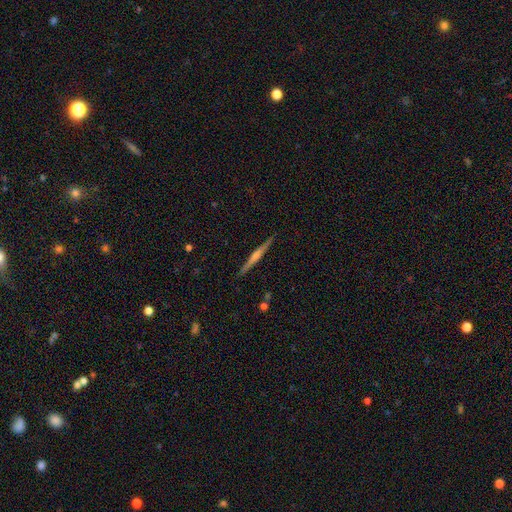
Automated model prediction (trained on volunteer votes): Smooth or featured? Predicted: featured or disk (p=0.77). Edge-on disk? Predicted: yes (p=0.98). Edge-on bulge? Predicted: rounded (p=0.73). Merging? Predicted: none (p=0.92).